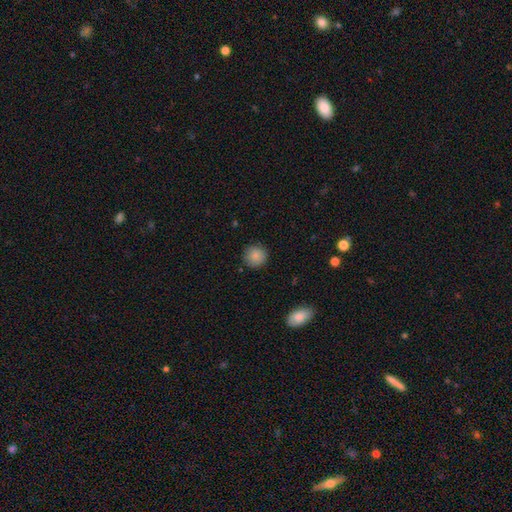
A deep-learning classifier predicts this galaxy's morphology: A smooth galaxy with no disk features (87%) that is round (93%).

Vote fractions:
- Smooth or featured? smooth: 87% / star or artifact: 9% / featured or disk: 5%
- How rounded? round: 93% / in between: 6% / cigar-shaped: 1%
- Merging? none: 89% / minor disturbance: 8% / major disturbance: 2% / merger: 1%